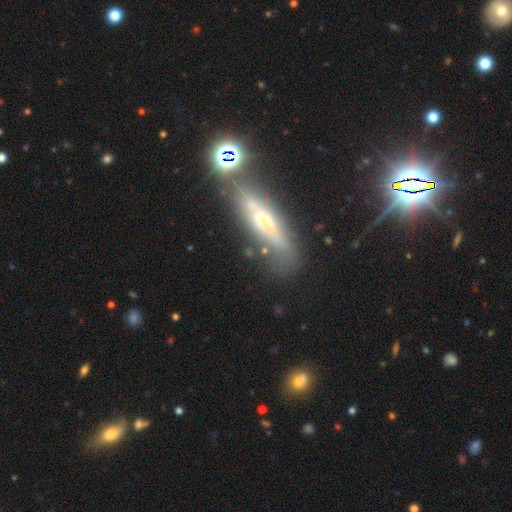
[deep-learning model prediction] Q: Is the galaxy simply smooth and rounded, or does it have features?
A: featured or disk — 54%.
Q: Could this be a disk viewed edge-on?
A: yes — 67%.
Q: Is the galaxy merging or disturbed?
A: none — 57%.